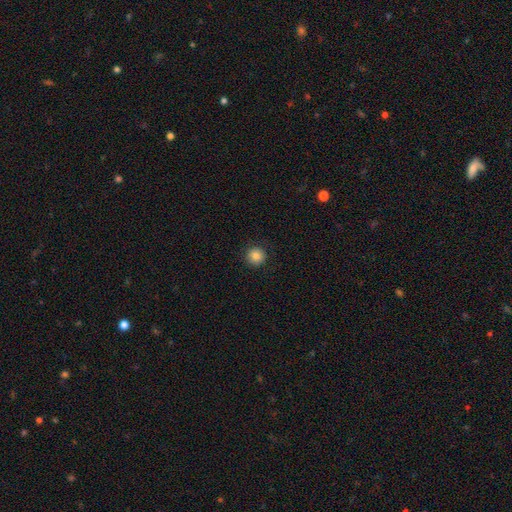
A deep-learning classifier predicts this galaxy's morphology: smooth-or-featured: smooth: 84% | star or artifact: 10% | featured or disk: 6%
  how-rounded: round: 95% | in between: 4% | cigar-shaped: 1%
  merging: none: 90% | minor disturbance: 7% | major disturbance: 2% | merger: 1%